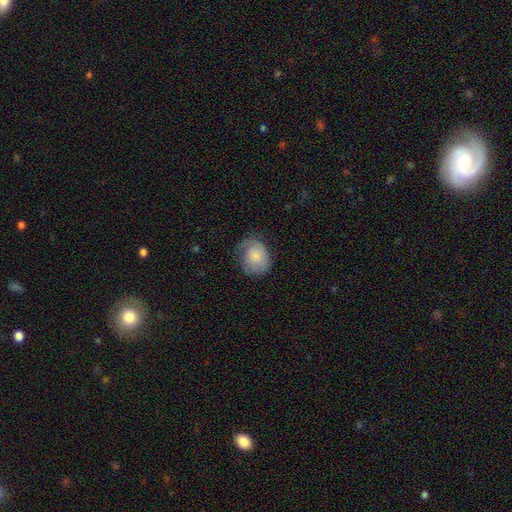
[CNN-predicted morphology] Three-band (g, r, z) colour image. It shows a smooth galaxy with no disk features (59%) that is round (50%). Merging: none (53%).